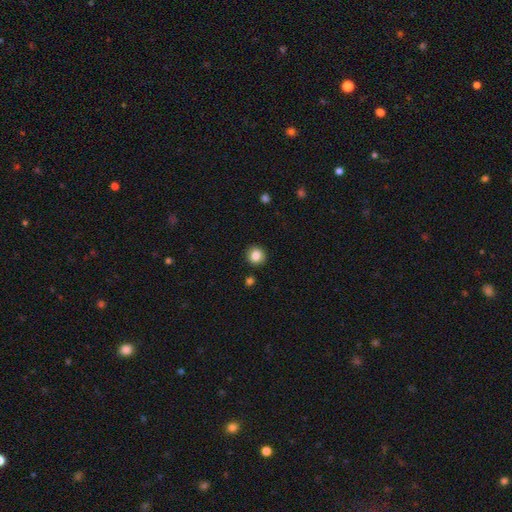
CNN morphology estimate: Q: Smooth or featured?
A: smooth (85%); runner-up: star or artifact (10%)
Q: How rounded?
A: round (90%); runner-up: in between (9%)
Q: Merging?
A: none (91%); runner-up: minor disturbance (6%)